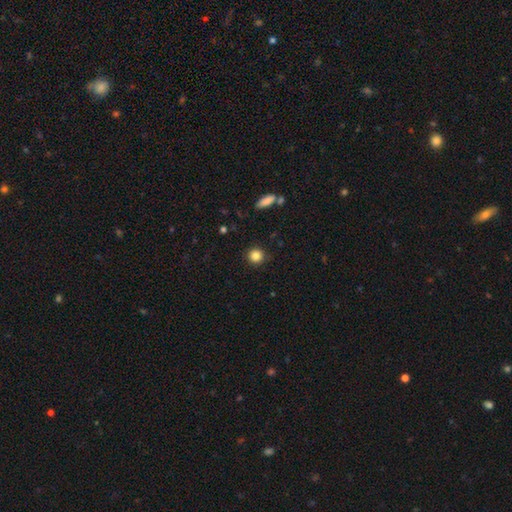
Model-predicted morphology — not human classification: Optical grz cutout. It shows a smooth galaxy with no disk features (85%) that is round (92%). Merging: none (89%).